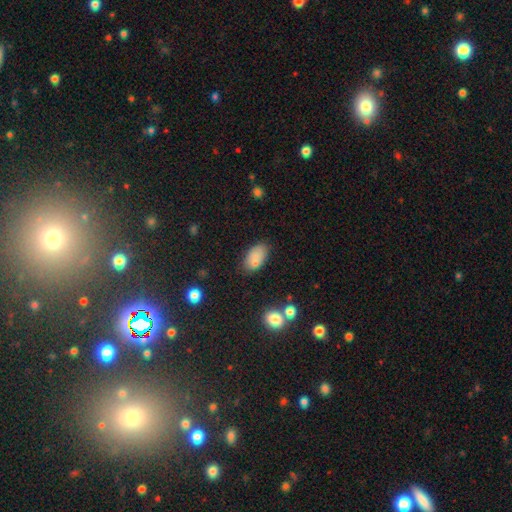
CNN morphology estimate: smooth-or-featured: smooth: 78% | featured or disk: 11% | star or artifact: 11%
  how-rounded: in between: 92% | round: 6% | cigar-shaped: 2%
  merging: none: 66% | minor disturbance: 17% | merger: 11% | major disturbance: 5%